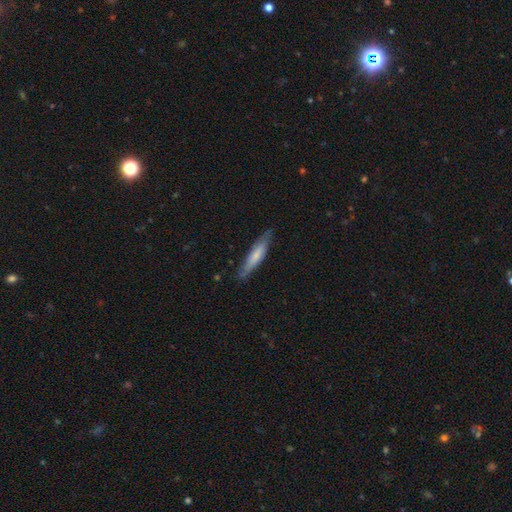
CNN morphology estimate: Smooth or featured: smooth — 62% (featured or disk — 33%)
How rounded: cigar-shaped — 85% (in between — 14%)
Merging: none — 79% (minor disturbance — 17%)